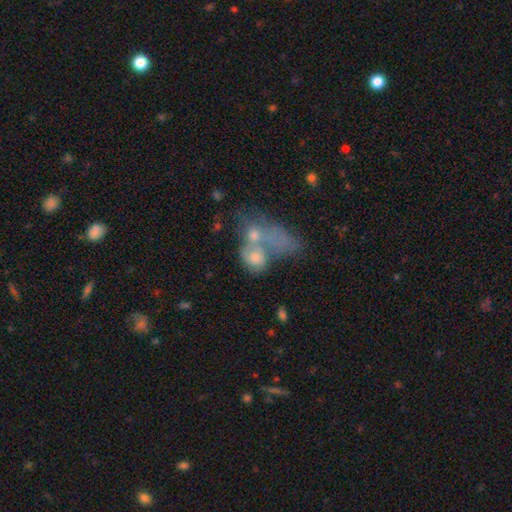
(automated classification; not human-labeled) This is possibly a smooth galaxy (53%). How rounded: possibly in between (57%). Merging: possibly merger (59%).